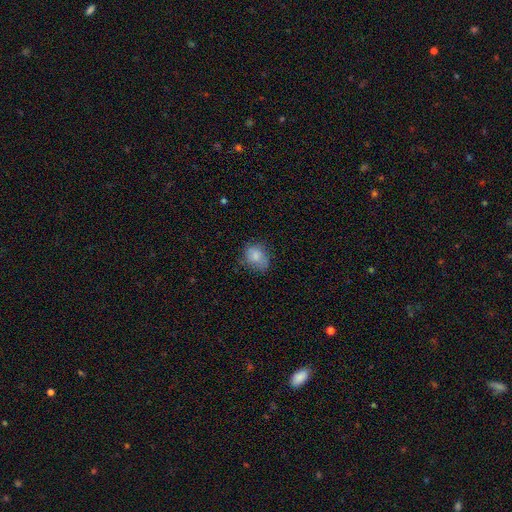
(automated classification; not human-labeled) Smooth or featured? smooth (81%)
How rounded? in between (52%)
Merging? none (65%)